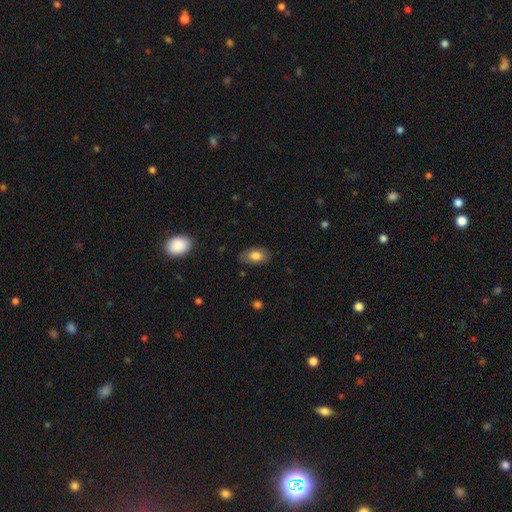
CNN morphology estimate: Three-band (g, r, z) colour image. It shows a smooth galaxy with no disk features (77%) that is in between round and cigar-shaped (91%). Merging: none (82%).